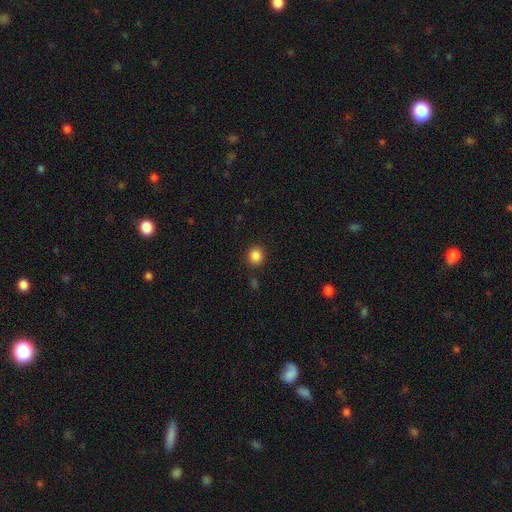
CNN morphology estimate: Smooth or featured? Predicted: smooth (p=0.86). How rounded? Predicted: round (p=0.84). Merging? Predicted: none (p=0.88).